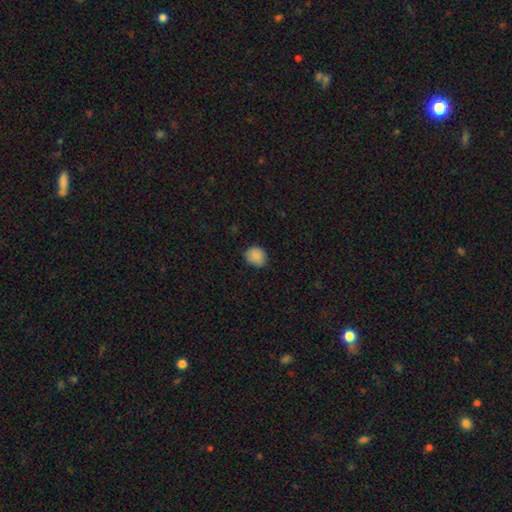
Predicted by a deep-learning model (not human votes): Overall: smooth (88%). How rounded: round (74%). Merging: none (77%).